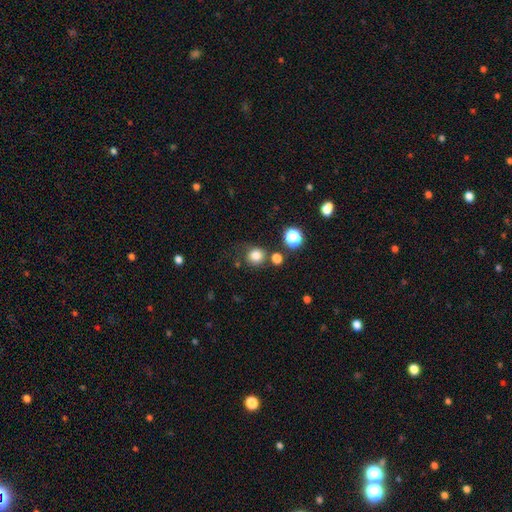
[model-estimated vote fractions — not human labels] smooth_or_featured: smooth (p=0.80) [alt: star or artifact p=0.13]
how_rounded: round (p=0.86) [alt: in between p=0.13]
merging: none (p=0.70) [alt: minor disturbance p=0.14]